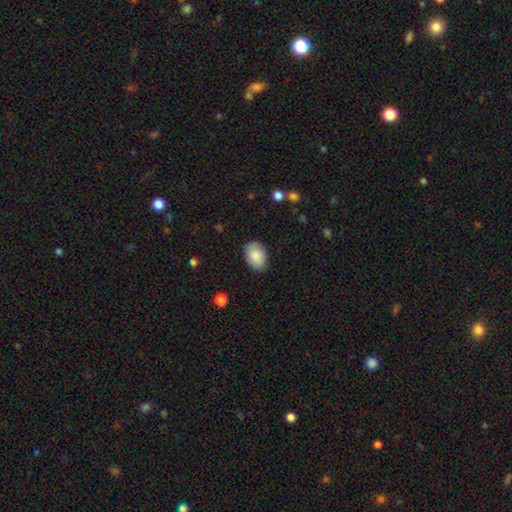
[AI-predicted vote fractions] The model was most divided on "merging": none: 84%, minor disturbance: 13%, major disturbance: 3%, merger: 1%. More confident: smooth or featured — smooth (86%); how rounded — in between (85%).